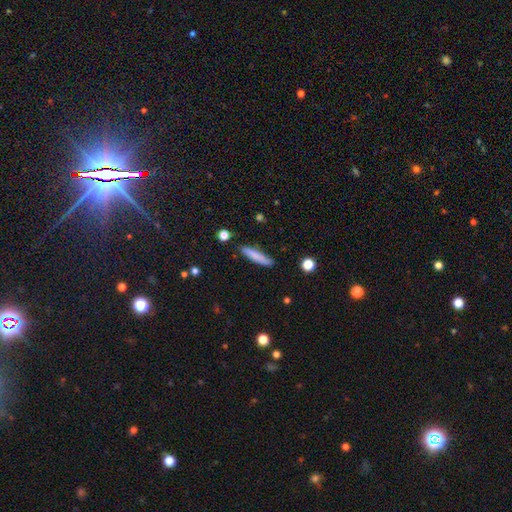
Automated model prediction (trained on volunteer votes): smooth-or-featured: smooth: 78% | featured or disk: 15% | star or artifact: 7%
  how-rounded: cigar-shaped: 87% | in between: 12% | round: 1%
  merging: none: 84% | minor disturbance: 12% | major disturbance: 2% | merger: 2%